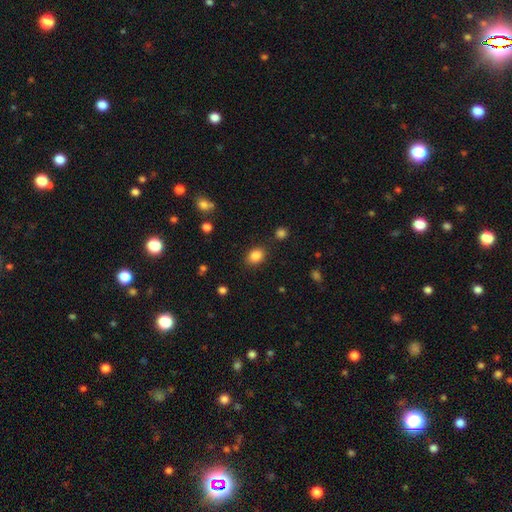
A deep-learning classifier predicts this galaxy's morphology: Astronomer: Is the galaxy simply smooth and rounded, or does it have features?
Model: smooth — 86%.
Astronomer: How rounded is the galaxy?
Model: in between — 69%.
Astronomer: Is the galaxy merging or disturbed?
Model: none — 83%.